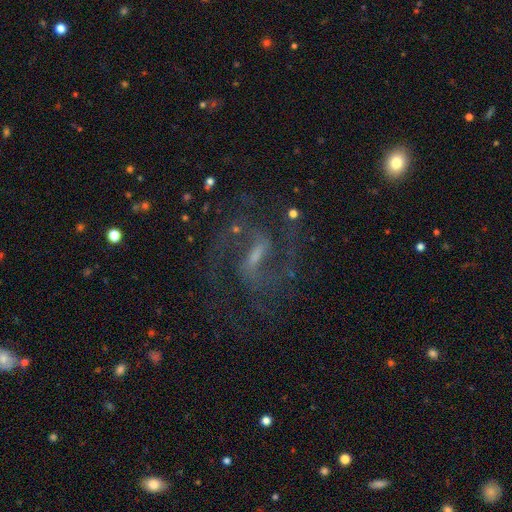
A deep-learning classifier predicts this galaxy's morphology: featured or disk 88%, star or artifact 7%, smooth 5%. Down the decision tree: edge-on disk — no (97%); bar — weak (46%); spiral arms — yes (96%); spiral arm count — 2 (86%); spiral winding — medium (61%); bulge size — small (48%); merging — none (72%).